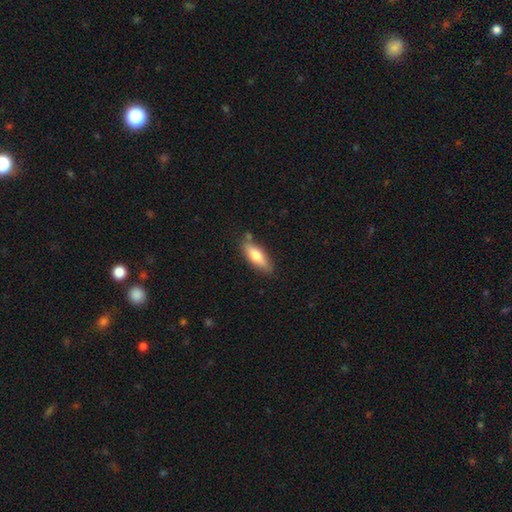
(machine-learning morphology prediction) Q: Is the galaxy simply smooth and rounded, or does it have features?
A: smooth — 70%.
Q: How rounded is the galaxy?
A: in between — 57%.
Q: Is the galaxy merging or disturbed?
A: none — 76%.